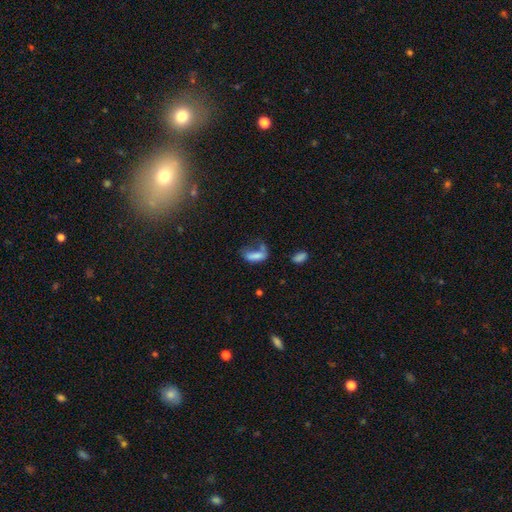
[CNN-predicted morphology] smooth-or-featured: smooth: 71% | featured or disk: 17% | star or artifact: 12%
  how-rounded: in between: 69% | cigar-shaped: 28% | round: 4%
  merging: major disturbance: 38% | none: 25% | minor disturbance: 20% | merger: 18%